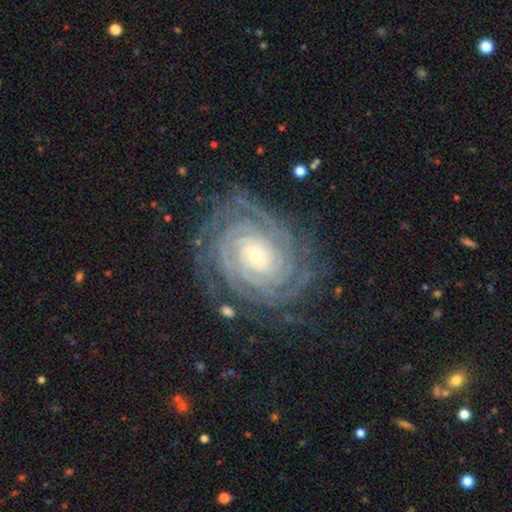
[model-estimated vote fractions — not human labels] The model was most divided on "spiral arm count": 4: 27%, more than 4: 24%, 3: 15%, can't tell: 15%, 2: 12%, 1: 7%. More confident: spiral arms — yes (99%); edge-on disk — no (97%); smooth or featured — featured or disk (92%); spiral winding — tight (88%); merging — none (79%); bulge size — small (74%); bar — no (70%).